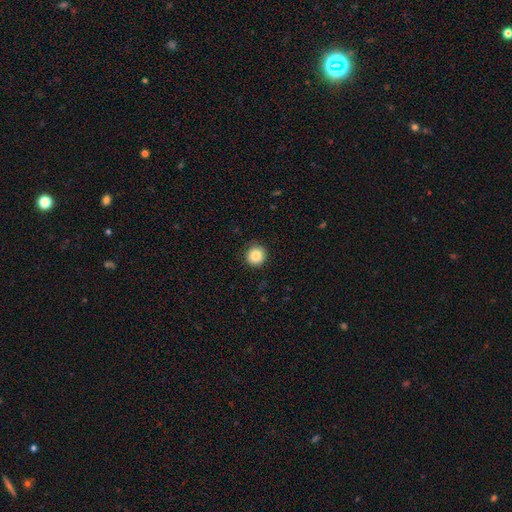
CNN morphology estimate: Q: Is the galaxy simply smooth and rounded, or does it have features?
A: smooth — 87%.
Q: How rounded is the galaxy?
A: round — 95%.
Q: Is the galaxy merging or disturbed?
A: none — 90%.